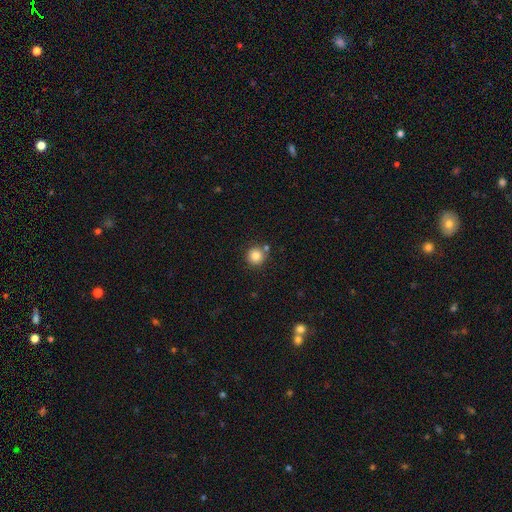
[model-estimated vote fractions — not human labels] smooth-or-featured: smooth: 84% | star or artifact: 10% | featured or disk: 5%
  how-rounded: round: 95% | in between: 5% | cigar-shaped: 1%
  merging: none: 81% | merger: 8% | minor disturbance: 8% | major disturbance: 2%